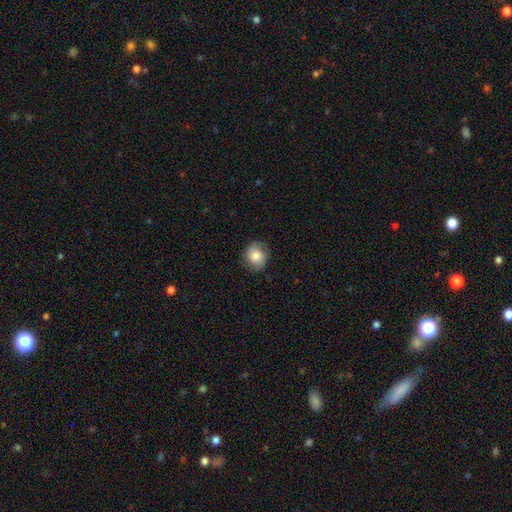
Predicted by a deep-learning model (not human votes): A smooth galaxy with no disk features (77%) that is round (64%). Merging: none (78%).